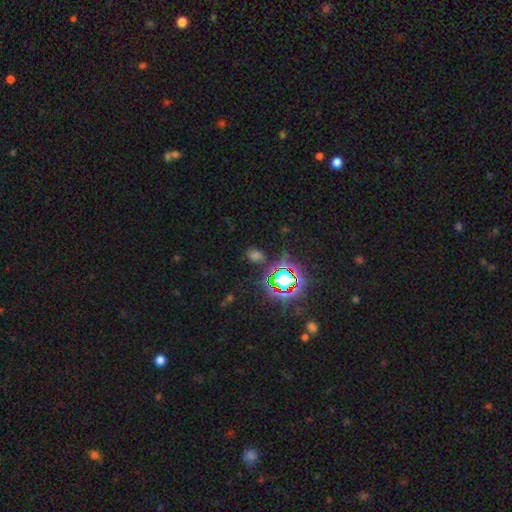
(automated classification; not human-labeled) The model was most divided on "smooth or featured": star or artifact: 48%, smooth: 43%, featured or disk: 9%.